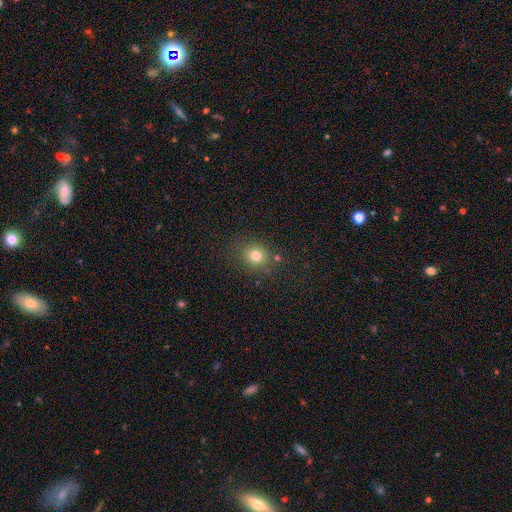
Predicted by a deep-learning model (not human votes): Smooth or featured: smooth — 77% (star or artifact — 15%)
How rounded: round — 75% (in between — 24%)
Merging: none — 79% (minor disturbance — 12%)